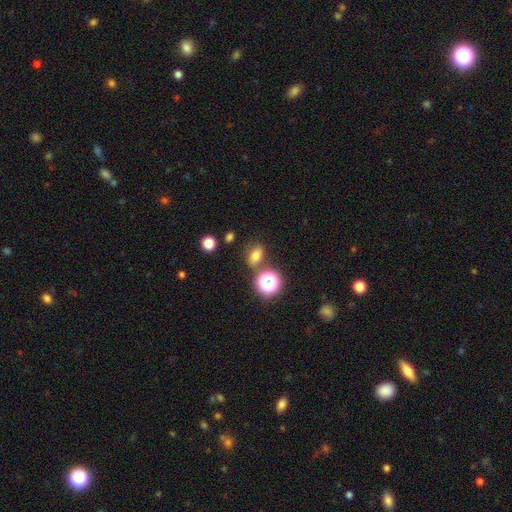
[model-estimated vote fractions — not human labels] smooth_or_featured: smooth (p=0.69) [alt: star or artifact p=0.21]
how_rounded: in between (p=0.68) [alt: round p=0.29]
merging: none (p=0.75) [alt: minor disturbance p=0.12]